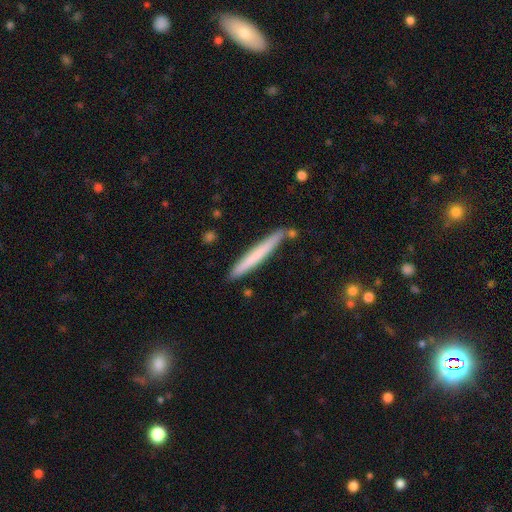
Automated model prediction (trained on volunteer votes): The model was most divided on "smooth or featured": smooth: 64%, featured or disk: 30%, star or artifact: 6%. More confident: how rounded — cigar-shaped (97%); merging — none (85%).